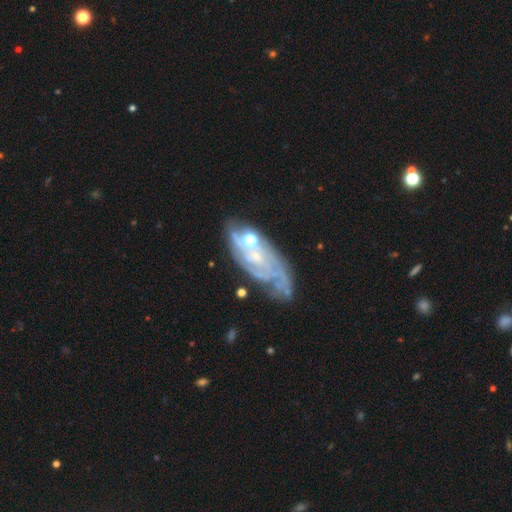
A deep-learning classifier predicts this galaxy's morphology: Overall: featured or disk (79%). Edge-on disk: no (90%). Bar: no (72%). Spiral arms: yes (87%). Spiral arm count: can't tell (45%; 2 16%). Spiral winding: tight (63%; medium 27%). Bulge size: small (61%; moderate 27%). Merging: none (54%; minor disturbance 22%).